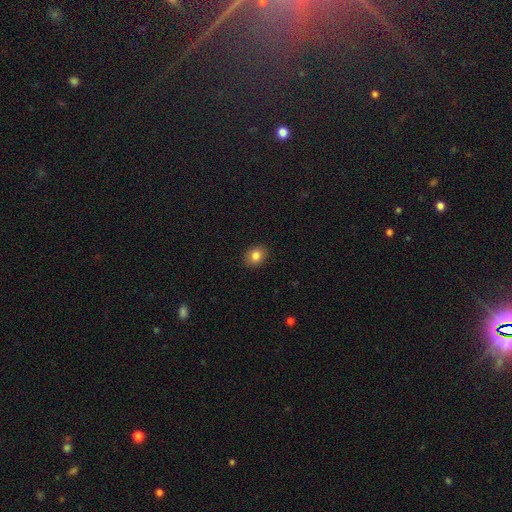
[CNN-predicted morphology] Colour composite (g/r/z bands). It shows a smooth galaxy with no disk features (83%) that is in between round and cigar-shaped (52%). Merging: none (90%).